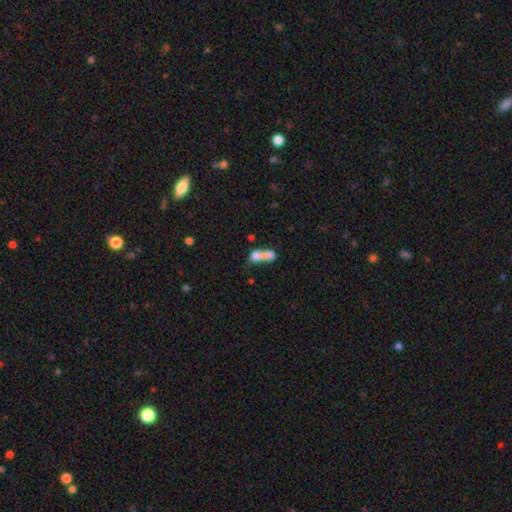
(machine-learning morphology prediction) Smooth or featured? Predicted: smooth (p=0.61). How rounded? Predicted: in between (p=0.47). Merging? Predicted: merger (p=0.57).